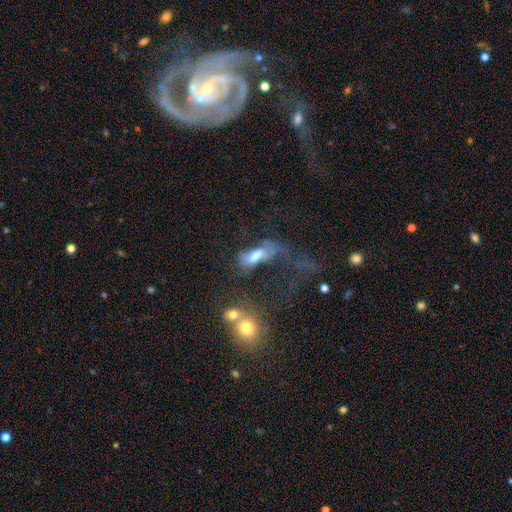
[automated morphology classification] A smooth galaxy with no disk features (55%) that is in between round and cigar-shaped (76%). Merging: major disturbance (37%).